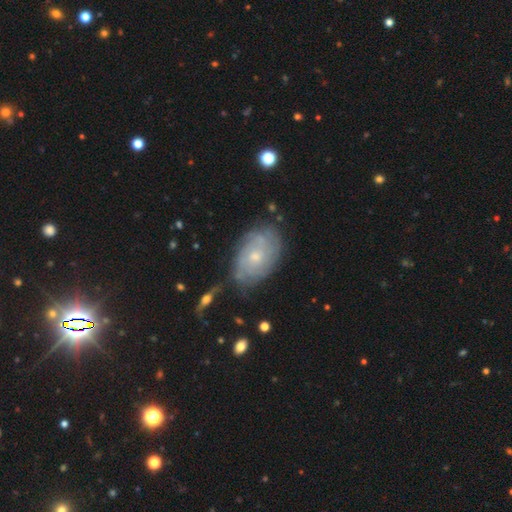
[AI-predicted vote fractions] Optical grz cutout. It shows a featured or disk galaxy (64%) with no bar (79%), spiral arms (82%) and a small central bulge (59%). Merging: none (68%).